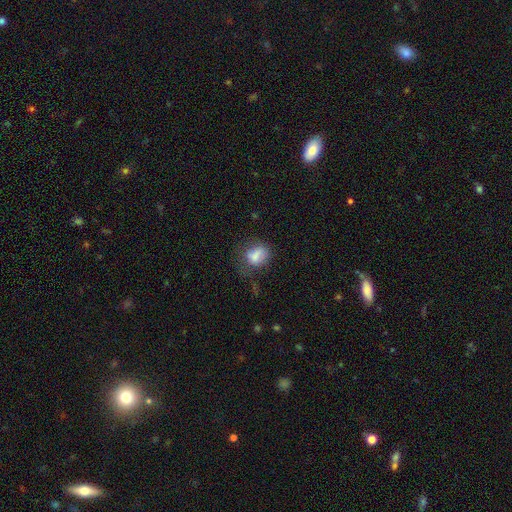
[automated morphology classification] Smooth or featured? Predicted: smooth (p=0.73). How rounded? Predicted: in between (p=0.56). Merging? Predicted: none (p=0.40).